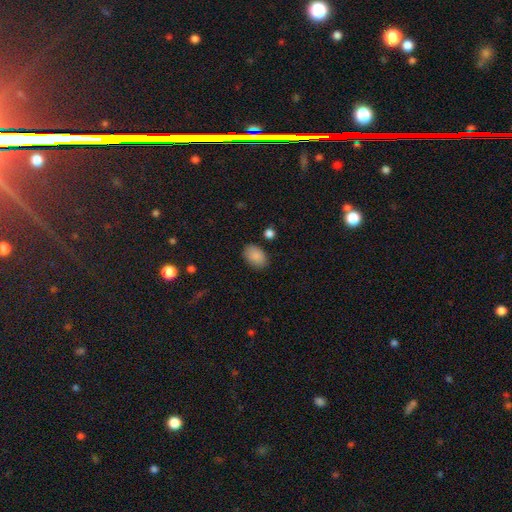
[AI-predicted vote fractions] Smooth or featured: smooth — 87% (star or artifact — 7%)
How rounded: in between — 86% (round — 13%)
Merging: none — 83% (minor disturbance — 12%)